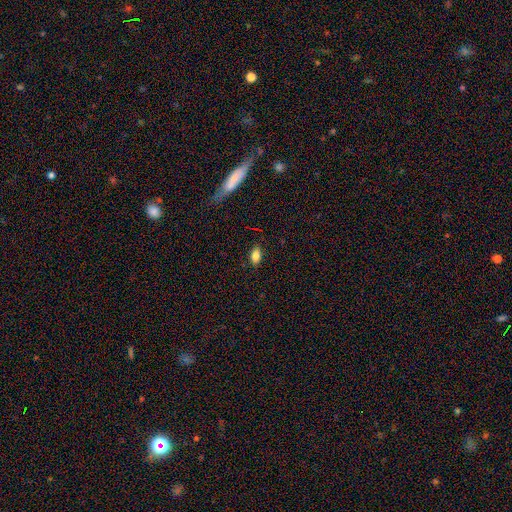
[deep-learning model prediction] Overall: smooth (83%). How rounded: in between (87%). Merging: none (84%).